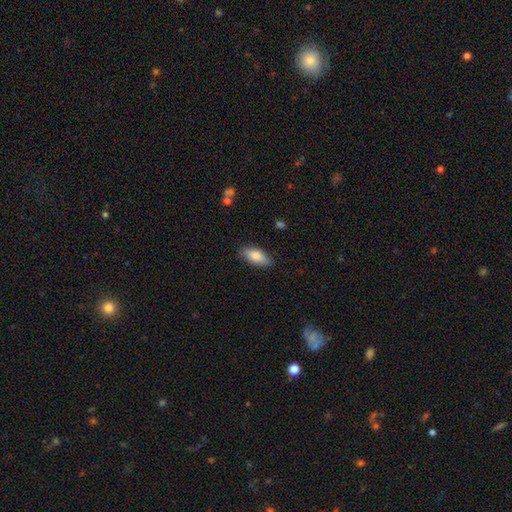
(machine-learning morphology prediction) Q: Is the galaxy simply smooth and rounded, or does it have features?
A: smooth — 82%.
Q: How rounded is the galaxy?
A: in between — 83%.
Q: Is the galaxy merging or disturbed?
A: none — 84%.